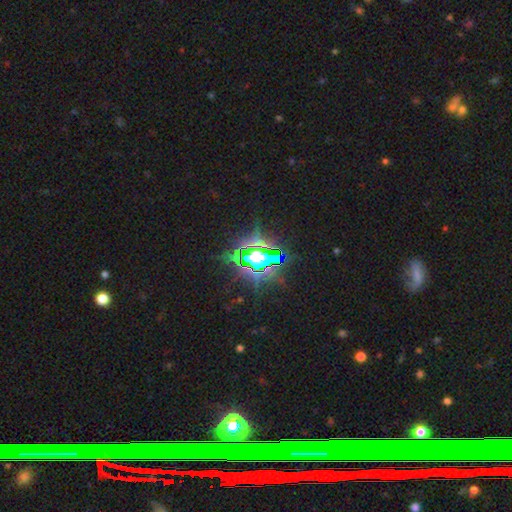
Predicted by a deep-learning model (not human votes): The model was most divided on "smooth or featured": star or artifact: 80%, smooth: 10%, featured or disk: 10%.